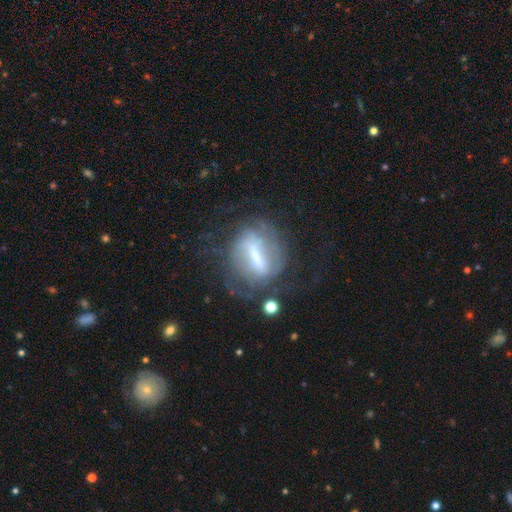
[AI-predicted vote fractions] smooth-or-featured: featured or disk: 71% | smooth: 20% | star or artifact: 10%
  disk-edge-on: no: 88% | yes: 12%
    bar: strong: 68% | weak: 24% | no: 8%
    has-spiral-arms: yes: 71% | no: 29%
    bulge-size: small: 31% (tied) | moderate: 31% (tied) | none: 20% | large: 15% | dominant: 3%
  merging: none: 54% | major disturbance: 22% | minor disturbance: 19% | merger: 5%